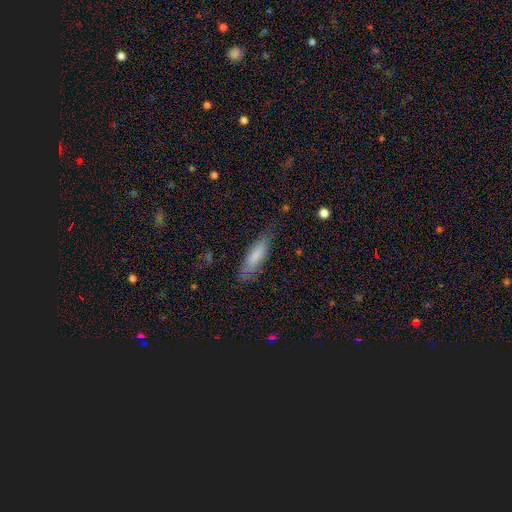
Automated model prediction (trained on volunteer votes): Smooth or featured? smooth (77%)
How rounded? cigar-shaped (60%)
Merging? none (77%)